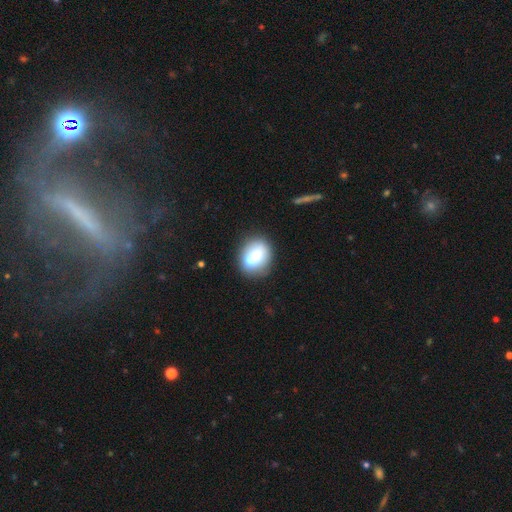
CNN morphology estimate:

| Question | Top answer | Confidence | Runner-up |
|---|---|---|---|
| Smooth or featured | smooth | 62% | featured or disk (29%) |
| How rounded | in between | 54% | round (42%) |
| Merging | none | 62% | merger (18%) |